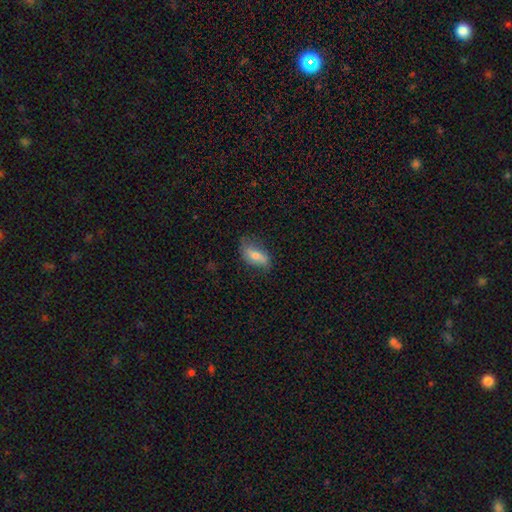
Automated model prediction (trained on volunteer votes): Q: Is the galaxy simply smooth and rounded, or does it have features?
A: smooth — 67%.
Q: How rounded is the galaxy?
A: in between — 85%.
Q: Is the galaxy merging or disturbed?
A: none — 68%.